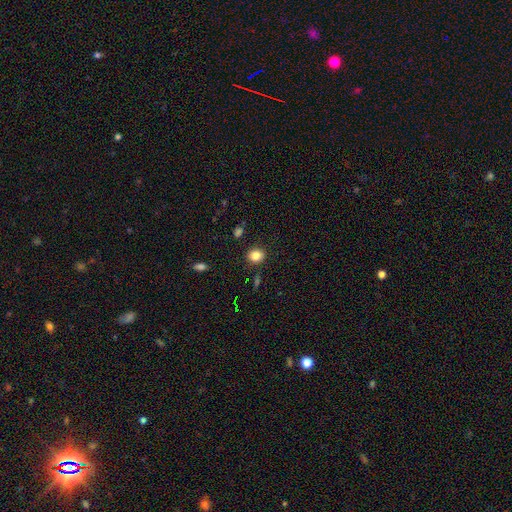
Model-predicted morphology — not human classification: The model was most divided on "how rounded": round: 66%, in between: 33%, cigar-shaped: 1%. More confident: merging — none (87%); smooth or featured — smooth (84%).